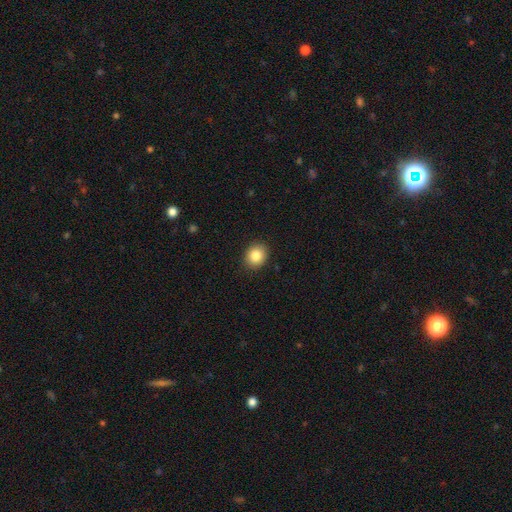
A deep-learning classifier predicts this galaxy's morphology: This appears to be a smooth galaxy with no disk features (85%) that is round (62%). Merging: none (89%).